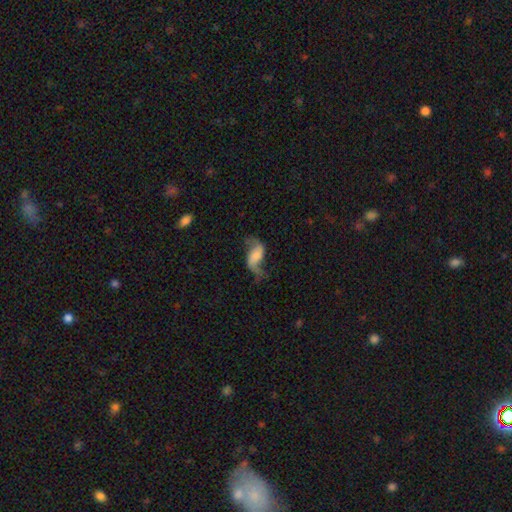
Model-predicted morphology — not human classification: Smooth or featured? featured or disk (68%)
Edge-on disk? no (95%)
Bar? no (43%)
Spiral arms? yes (90%)
Spiral winding? loose (81%)
Spiral arm count? 2 (89%)
Bulge size? small (32%)
Merging? none (53%)